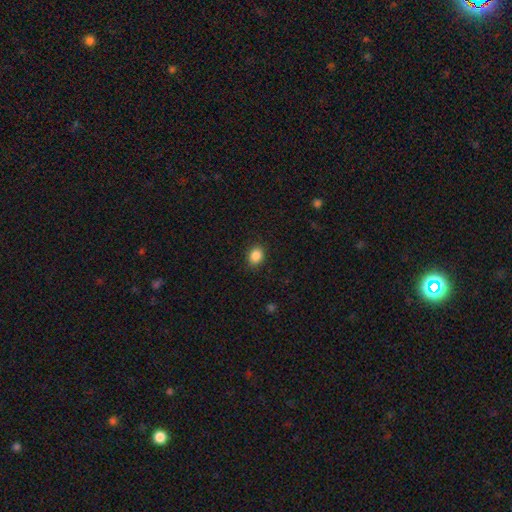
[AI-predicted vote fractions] Overall: smooth (87%). How rounded: round (55%; in between 44%). Merging: none (88%).